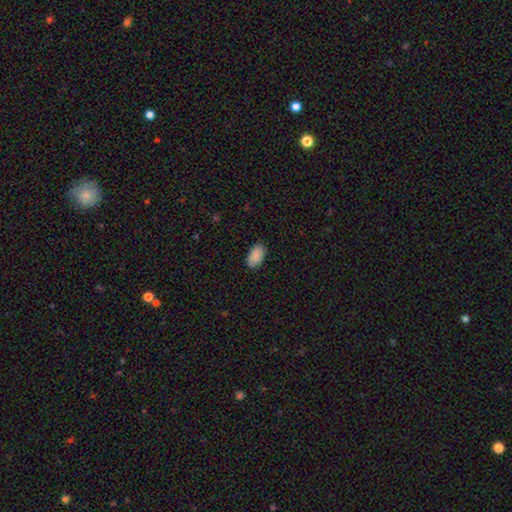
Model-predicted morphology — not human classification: Q: Smooth or featured?
A: smooth (90%); runner-up: star or artifact (7%)
Q: How rounded?
A: in between (95%); runner-up: round (4%)
Q: Merging?
A: none (88%); runner-up: minor disturbance (10%)